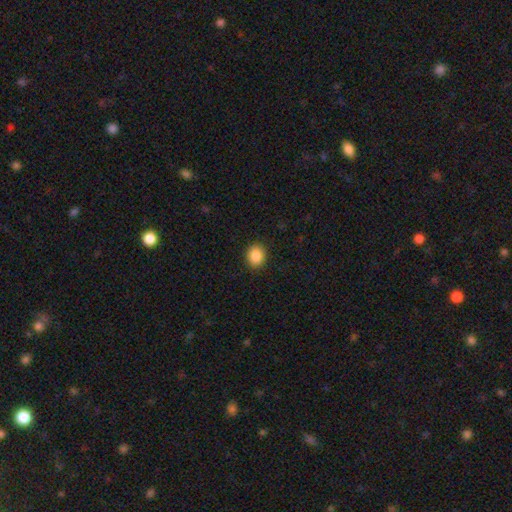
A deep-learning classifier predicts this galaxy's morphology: smooth_or_featured: smooth (p=0.88) [alt: star or artifact p=0.09]
how_rounded: round (p=0.65) [alt: in between p=0.34]
merging: none (p=0.90) [alt: minor disturbance p=0.07]